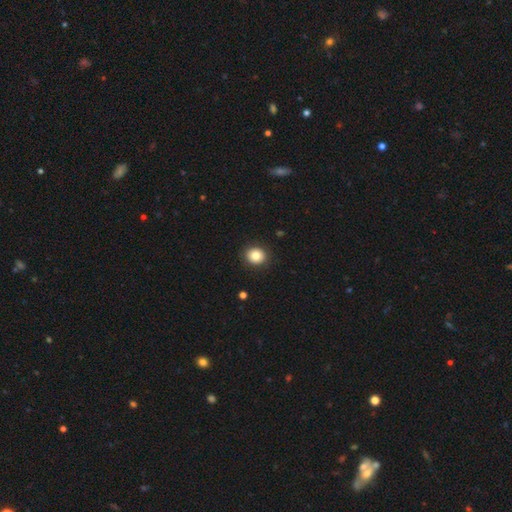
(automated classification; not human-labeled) Q: Smooth or featured?
A: smooth (83%); runner-up: star or artifact (10%)
Q: How rounded?
A: round (82%); runner-up: in between (17%)
Q: Merging?
A: none (90%); runner-up: minor disturbance (7%)